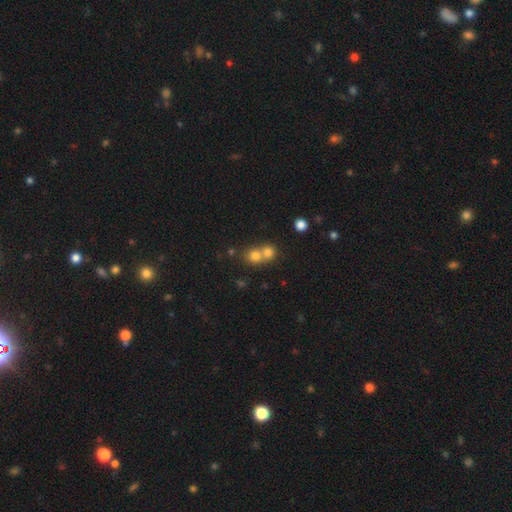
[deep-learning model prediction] smooth-or-featured: smooth: 76% | star or artifact: 14% | featured or disk: 11%
  how-rounded: round: 84% | in between: 15% | cigar-shaped: 1%
  merging: merger: 55% | none: 38% | minor disturbance: 5% | major disturbance: 2%